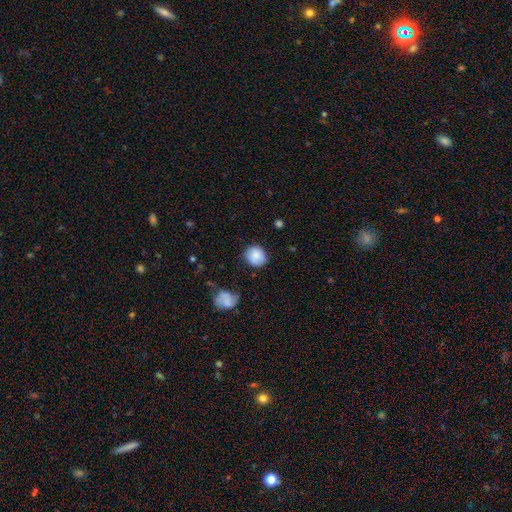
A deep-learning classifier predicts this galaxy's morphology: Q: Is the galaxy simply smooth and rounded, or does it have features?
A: smooth — 84%.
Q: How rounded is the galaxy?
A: round — 79%.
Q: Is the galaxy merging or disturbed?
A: none — 75%.